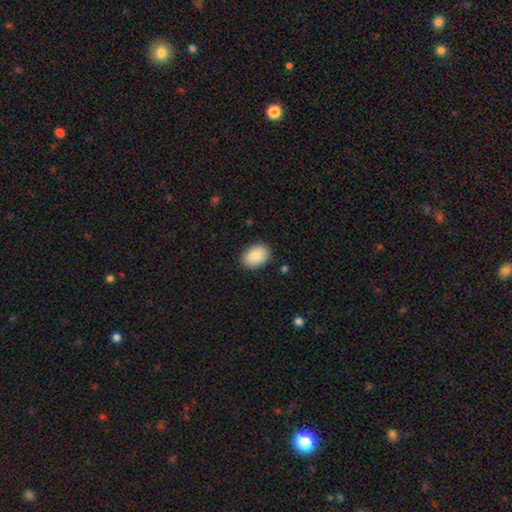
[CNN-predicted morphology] The model was most divided on "how rounded": in between: 82%, round: 17%, cigar-shaped: 1%. More confident: smooth or featured — smooth (89%); merging — none (88%).